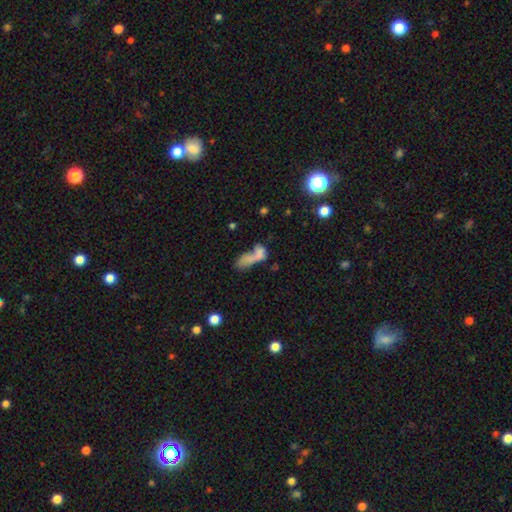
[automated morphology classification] smooth 66%, featured or disk 21%, star or artifact 13%. Down the decision tree: how rounded — in between (65%); merging — merger (54%).